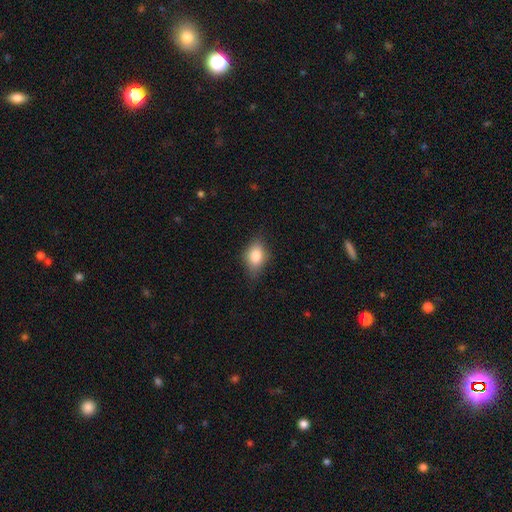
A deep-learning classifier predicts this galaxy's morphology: This appears to be a smooth galaxy with no disk features (81%) that is in between round and cigar-shaped (78%). Merging: none (69%).